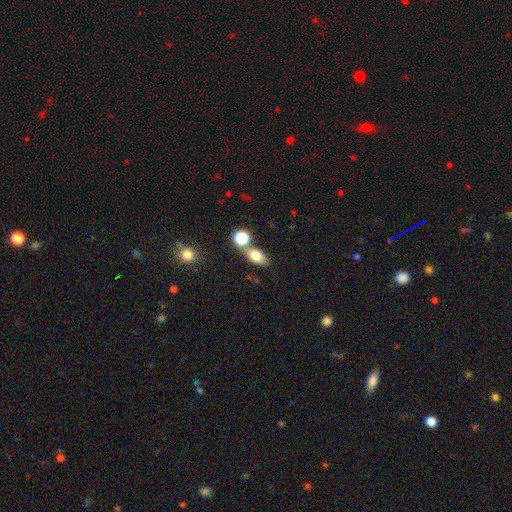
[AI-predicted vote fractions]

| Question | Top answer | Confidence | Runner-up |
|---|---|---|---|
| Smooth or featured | smooth | 75% | featured or disk (14%) |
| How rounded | in between | 79% | round (15%) |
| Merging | none | 63% | merger (22%) |